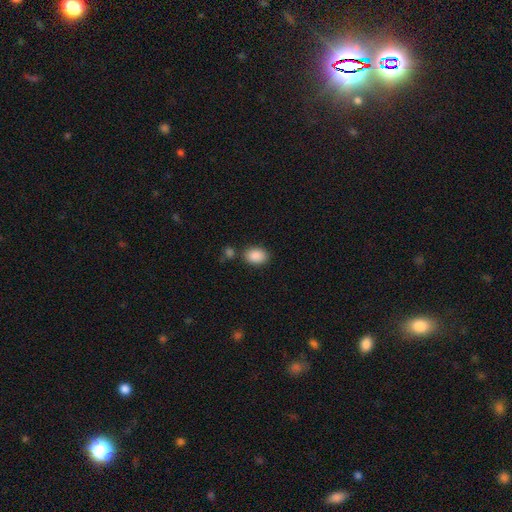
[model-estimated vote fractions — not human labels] smooth-or-featured: smooth: 89% | star or artifact: 7% | featured or disk: 4%
  how-rounded: in between: 82% | round: 17% | cigar-shaped: 1%
  merging: none: 75% | minor disturbance: 12% | merger: 9% | major disturbance: 3%